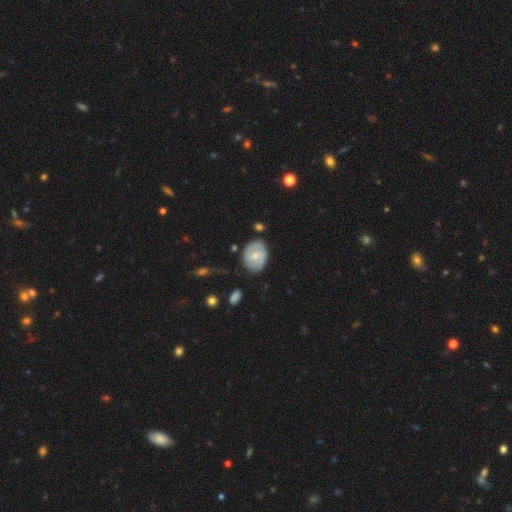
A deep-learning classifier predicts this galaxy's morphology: A featured or disk galaxy (54%) with no bar (54%), spiral arms (78%) and a small central bulge (51%).

Vote fractions:
- Smooth or featured? featured or disk: 54% / smooth: 40% / star or artifact: 6%
- Edge-on disk? no: 96% / yes: 4%
- Bar? no: 54% / weak: 39% / strong: 7%
- Spiral arms? yes: 78% / no: 22%
- Bulge size? small: 51% / moderate: 44% / none: 3% / large: 2% / dominant: 1%
- Merging? none: 68% / minor disturbance: 23% / major disturbance: 6% / merger: 3%